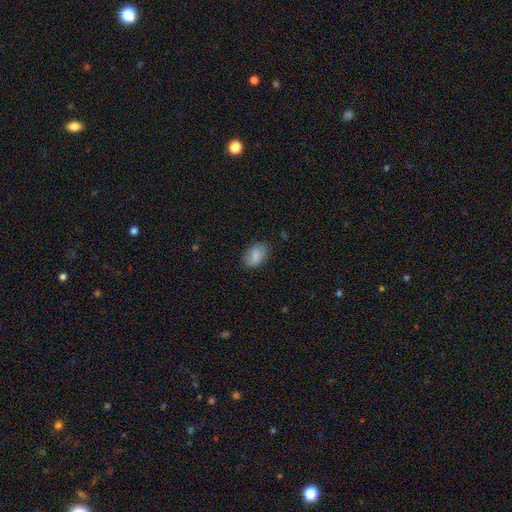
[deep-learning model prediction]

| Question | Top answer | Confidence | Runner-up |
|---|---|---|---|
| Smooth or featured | smooth | 83% | featured or disk (9%) |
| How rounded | in between | 87% | round (12%) |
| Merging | none | 77% | minor disturbance (18%) |